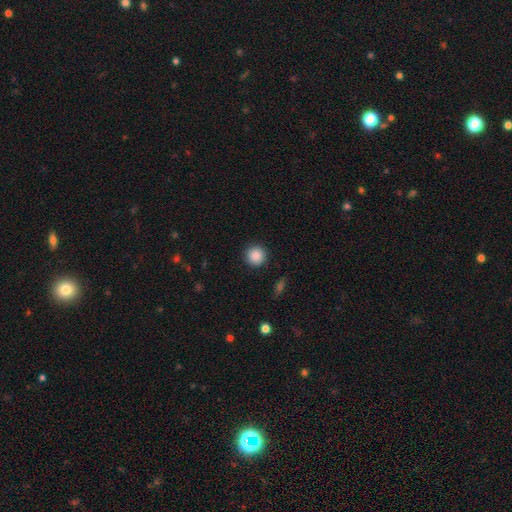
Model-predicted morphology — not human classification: A smooth galaxy with no disk features (88%) that is round (95%). Merging: none (91%).